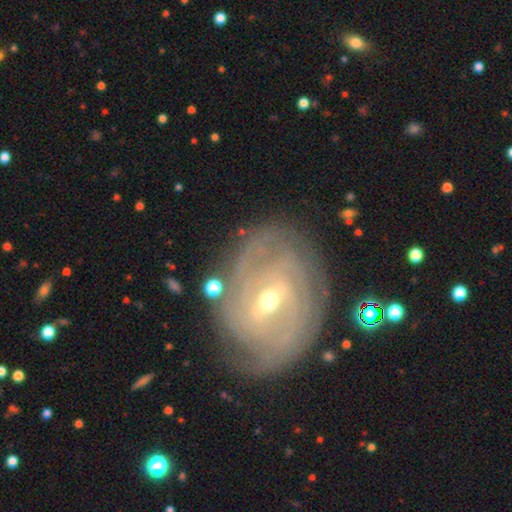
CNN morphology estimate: Q: Smooth or featured?
A: featured or disk (83%); runner-up: smooth (8%)
Q: Edge-on disk?
A: no (95%); runner-up: yes (5%)
Q: Bar?
A: weak (48%); runner-up: strong (36%)
Q: Spiral arms?
A: yes (94%); runner-up: no (6%)
Q: Spiral winding?
A: tight (74%); runner-up: medium (20%)
Q: Spiral arm count?
A: can't tell (35%); runner-up: 2 (20%)
Q: Bulge size?
A: small (50%); runner-up: moderate (46%)
Q: Merging?
A: none (81%); runner-up: minor disturbance (13%)